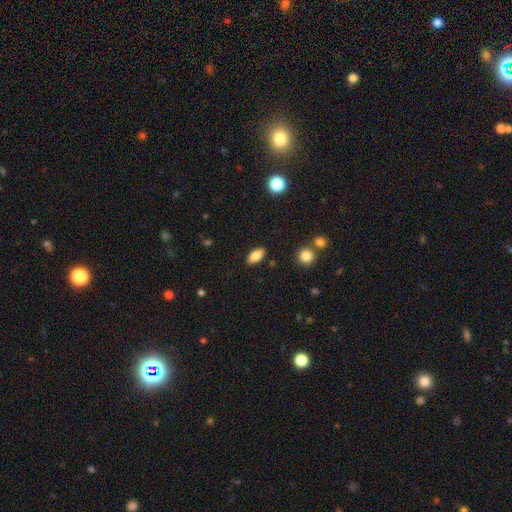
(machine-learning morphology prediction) Q: Smooth or featured?
A: smooth (83%); runner-up: featured or disk (9%)
Q: How rounded?
A: in between (89%); runner-up: cigar-shaped (7%)
Q: Merging?
A: none (88%); runner-up: minor disturbance (9%)